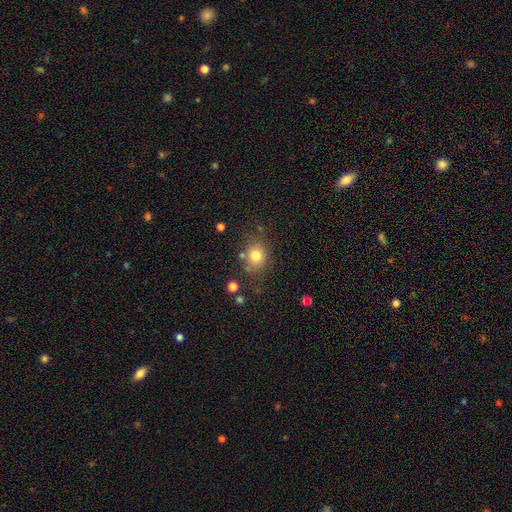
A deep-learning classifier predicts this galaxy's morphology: The model was most divided on "how rounded": round: 68%, in between: 31%, cigar-shaped: 1%. More confident: smooth or featured — smooth (79%); merging — none (75%).